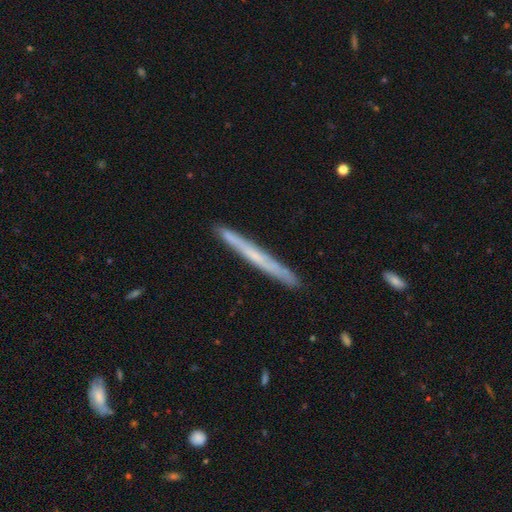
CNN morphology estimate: The model was most divided on "smooth or featured": featured or disk: 51%, smooth: 43%, star or artifact: 6%. More confident: edge-on disk — yes (96%); merging — none (90%).